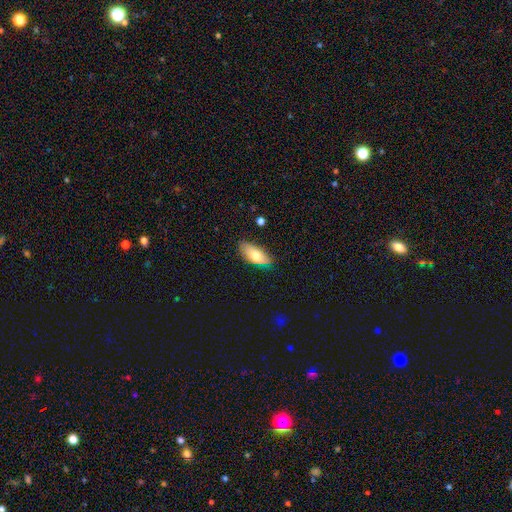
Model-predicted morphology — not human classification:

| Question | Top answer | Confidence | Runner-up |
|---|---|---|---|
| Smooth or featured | smooth | 70% | featured or disk (23%) |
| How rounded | in between | 88% | cigar-shaped (9%) |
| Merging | none | 78% | minor disturbance (18%) |